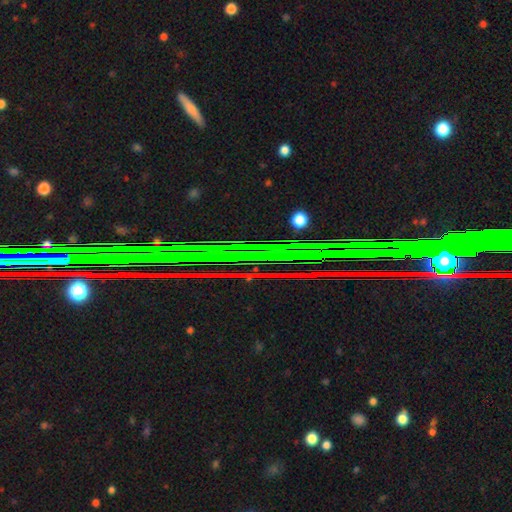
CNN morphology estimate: star or artifact 81%, featured or disk 11%, smooth 8%.